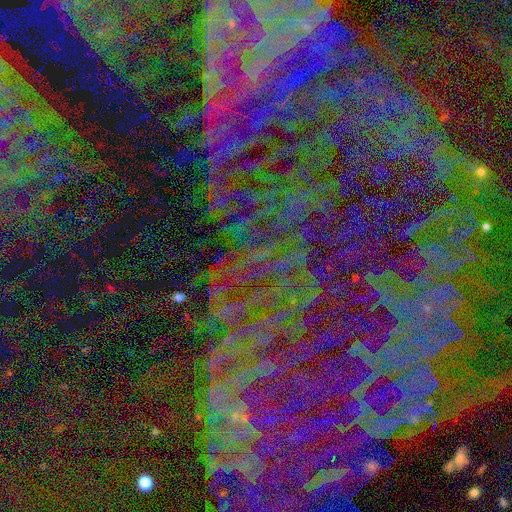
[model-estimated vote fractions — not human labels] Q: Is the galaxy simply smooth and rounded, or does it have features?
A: star or artifact — 86%.